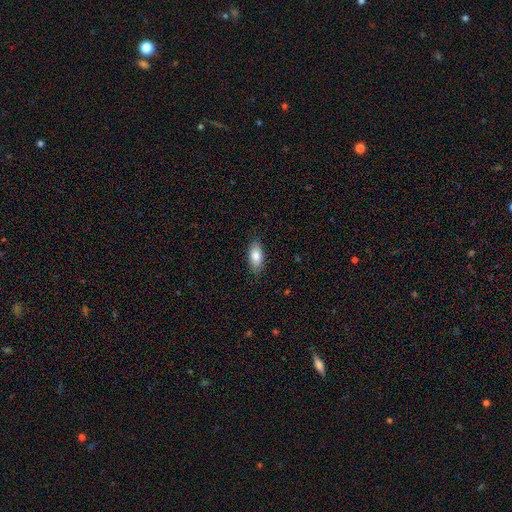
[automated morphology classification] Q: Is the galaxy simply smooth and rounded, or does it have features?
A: smooth — 82%.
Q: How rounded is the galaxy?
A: in between — 86%.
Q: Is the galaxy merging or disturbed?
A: none — 86%.